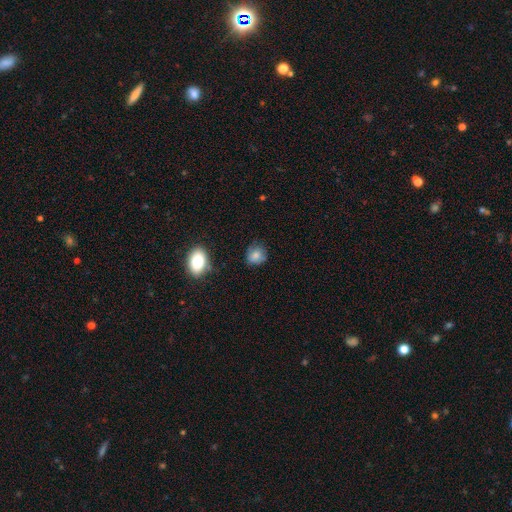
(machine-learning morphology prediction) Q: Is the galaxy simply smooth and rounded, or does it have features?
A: smooth — 79%.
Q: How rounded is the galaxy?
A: round — 76%.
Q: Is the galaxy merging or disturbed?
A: none — 70%.